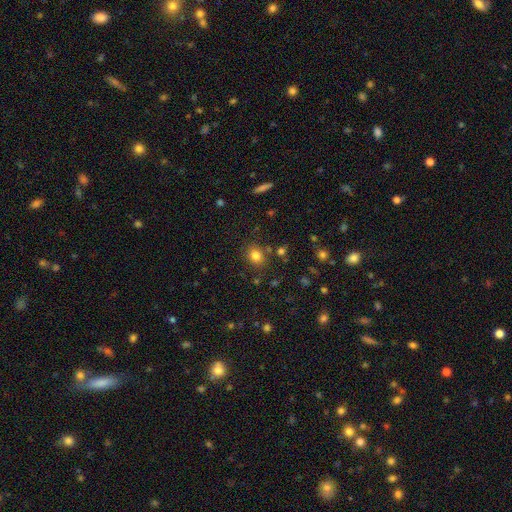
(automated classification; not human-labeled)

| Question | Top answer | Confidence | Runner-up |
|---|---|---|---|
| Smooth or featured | smooth | 80% | star or artifact (14%) |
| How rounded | round | 65% | in between (34%) |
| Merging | none | 81% | minor disturbance (11%) |